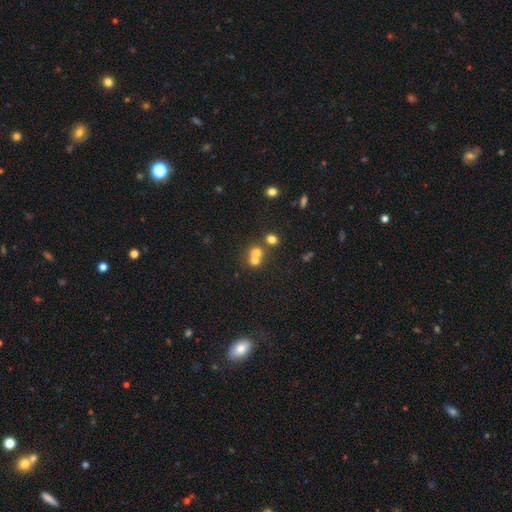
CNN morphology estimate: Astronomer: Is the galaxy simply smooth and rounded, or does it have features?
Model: smooth — 66%.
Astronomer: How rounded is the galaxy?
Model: round — 81%.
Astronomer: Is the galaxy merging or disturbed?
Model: merger — 56% (runner-up: none, 36%).